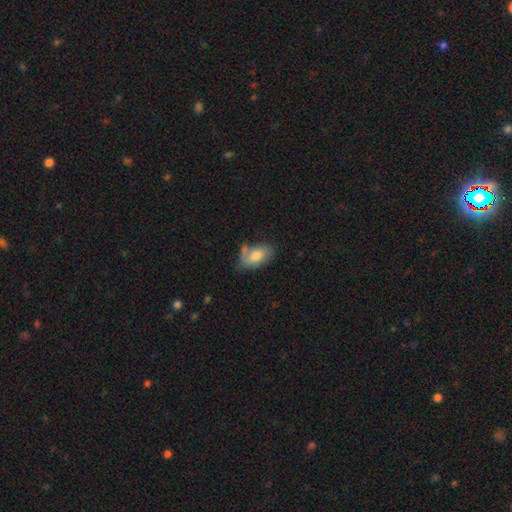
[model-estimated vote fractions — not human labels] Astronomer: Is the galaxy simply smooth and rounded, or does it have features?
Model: smooth — 76%.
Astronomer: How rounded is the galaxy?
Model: in between — 91%.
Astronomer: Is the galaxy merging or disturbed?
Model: none — 55%.